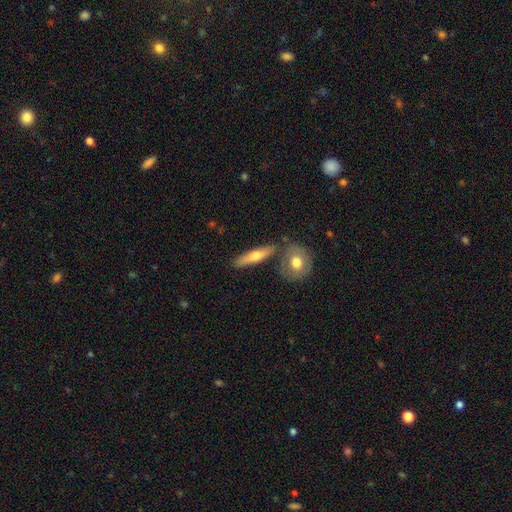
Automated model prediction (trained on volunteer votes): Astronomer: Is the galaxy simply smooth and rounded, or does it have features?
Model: smooth — 54% (runner-up: featured or disk, 41%).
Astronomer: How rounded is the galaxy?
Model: cigar-shaped — 71%.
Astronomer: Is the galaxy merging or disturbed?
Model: none — 74%.